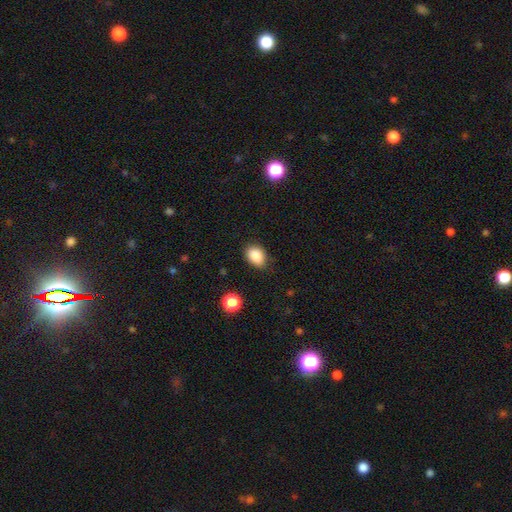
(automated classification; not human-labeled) Q: Smooth or featured?
A: smooth (87%); runner-up: star or artifact (9%)
Q: How rounded?
A: in between (74%); runner-up: round (25%)
Q: Merging?
A: none (80%); runner-up: minor disturbance (15%)